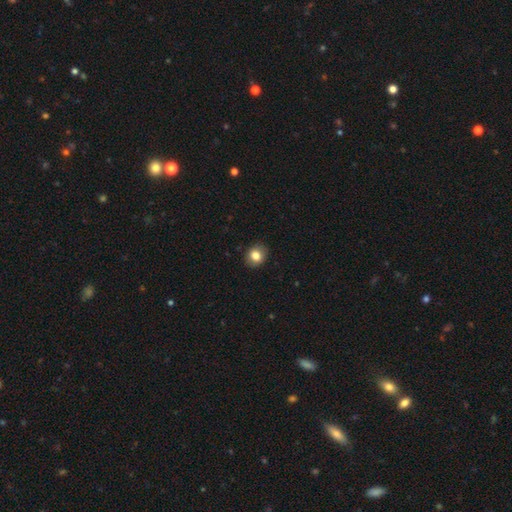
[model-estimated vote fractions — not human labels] The model was most divided on "how rounded": round: 64%, in between: 35%, cigar-shaped: 1%. More confident: merging — none (88%); smooth or featured — smooth (82%).